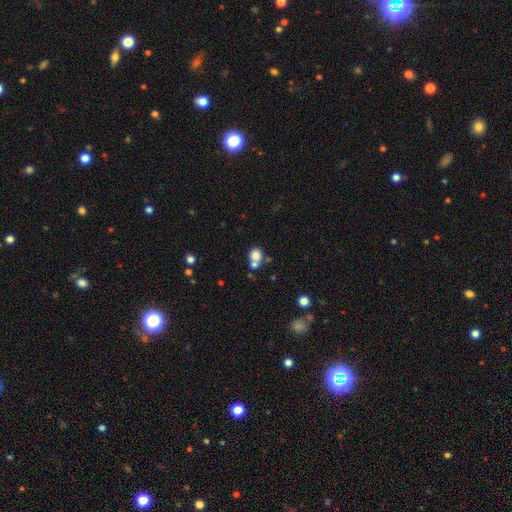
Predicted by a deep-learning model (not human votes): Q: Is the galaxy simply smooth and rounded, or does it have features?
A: smooth — 79%.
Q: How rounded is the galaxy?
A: round — 68%.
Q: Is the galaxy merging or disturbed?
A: none — 47%.